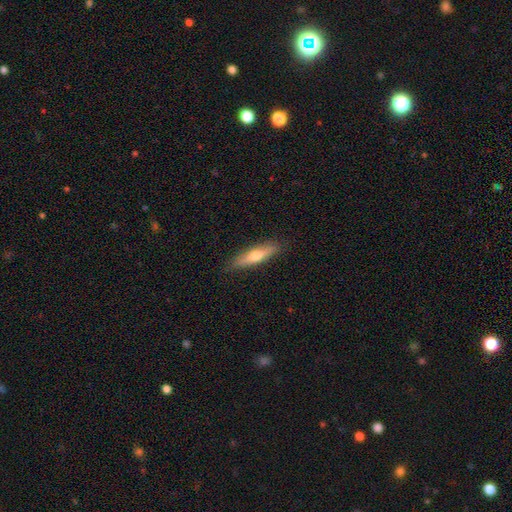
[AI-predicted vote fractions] This is possibly a smooth galaxy (55%). How rounded: clearly cigar-shaped (81%). Merging: clearly none (88%).